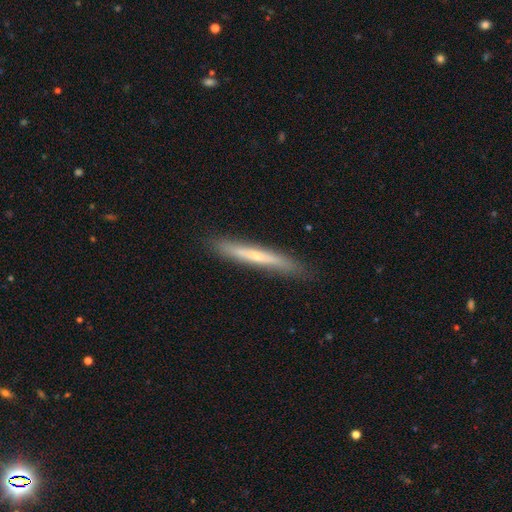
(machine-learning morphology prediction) featured or disk 51%, smooth 43%, star or artifact 6%. Down the decision tree: edge-on disk — yes (91%); merging — none (86%).